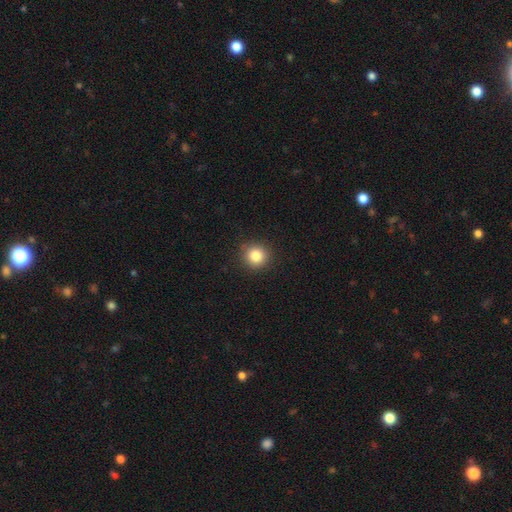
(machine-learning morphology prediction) Smooth or featured?
  - smooth: 84% *
  - star or artifact: 11%
  - featured or disk: 5%
How rounded?
  - round: 92% *
  - in between: 7%
  - cigar-shaped: 1%
Merging?
  - none: 90% *
  - minor disturbance: 7%
  - major disturbance: 2%
  - merger: 1%